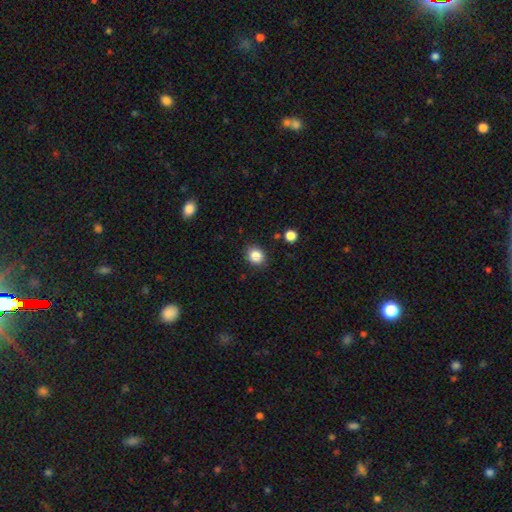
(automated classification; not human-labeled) Smooth or featured? Predicted: smooth (p=0.85). How rounded? Predicted: round (p=0.72). Merging? Predicted: none (p=0.87).